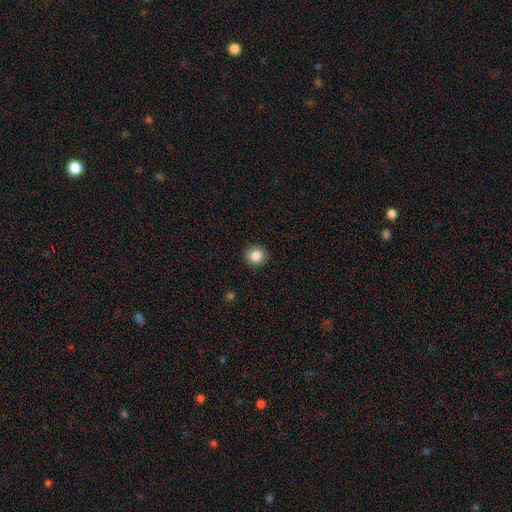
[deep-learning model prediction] Overall: smooth (85%). How rounded: round (89%). Merging: none (91%).